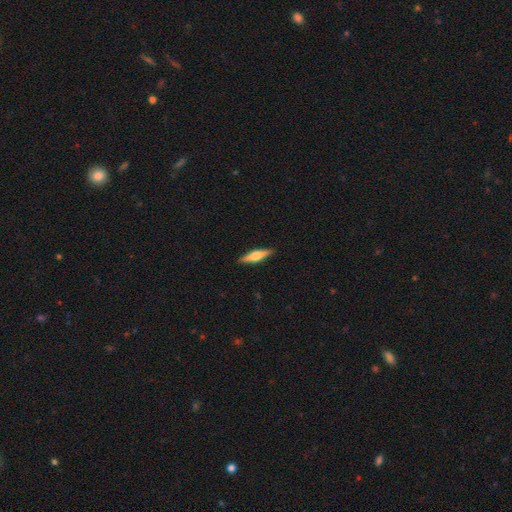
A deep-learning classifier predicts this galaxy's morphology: featured or disk 55%, smooth 40%, star or artifact 6%. Down the decision tree: edge-on disk — yes (96%); edge-on bulge — rounded (89%); merging — none (91%).